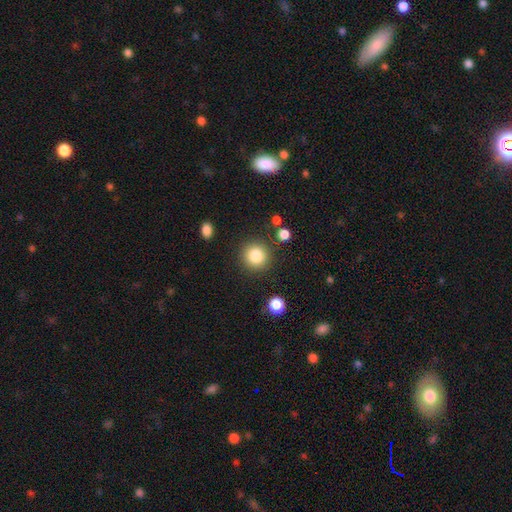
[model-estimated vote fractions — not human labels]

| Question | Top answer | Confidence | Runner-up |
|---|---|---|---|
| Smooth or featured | smooth | 84% | star or artifact (10%) |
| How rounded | round | 93% | in between (6%) |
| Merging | none | 87% | minor disturbance (7%) |